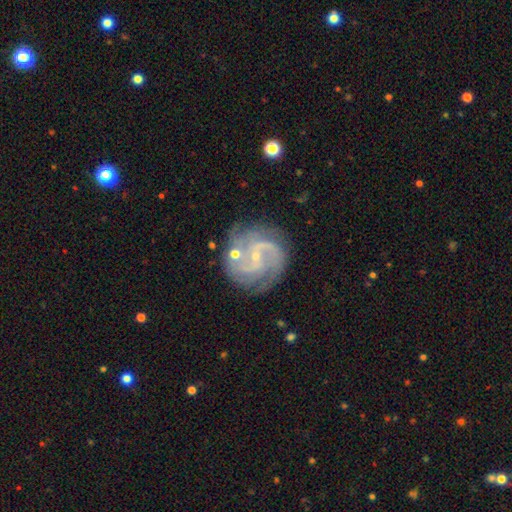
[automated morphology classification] A featured or disk galaxy (88%) with no bar (50%), 2 (49%) medium (49%) spiral arms (97%) and a small central bulge (84%). Merging: none (69%).